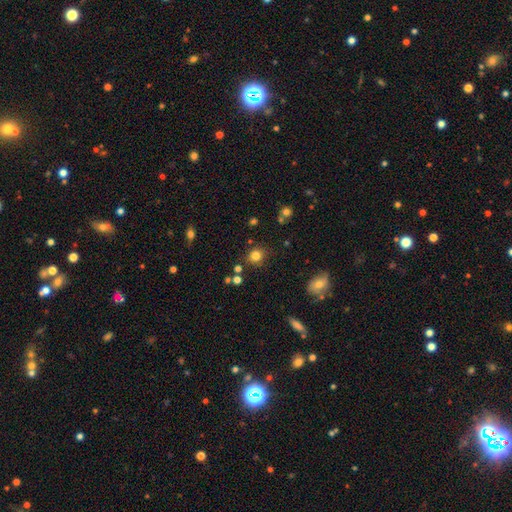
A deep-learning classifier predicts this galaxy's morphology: This appears to be a smooth galaxy with no disk features (81%) that is round (83%). Merging: none (83%).